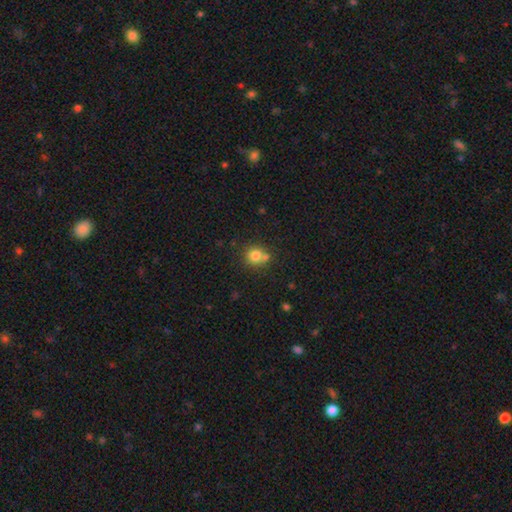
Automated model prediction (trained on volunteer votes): Overall: smooth (78%). How rounded: round (85%). Merging: none (59%; merger 26%).